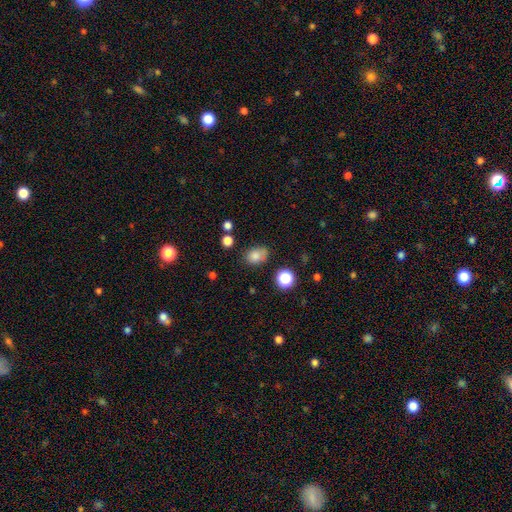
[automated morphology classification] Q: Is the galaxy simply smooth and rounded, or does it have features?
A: smooth — 80%.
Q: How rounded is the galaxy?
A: in between — 68%.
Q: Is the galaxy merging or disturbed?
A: none — 65%.